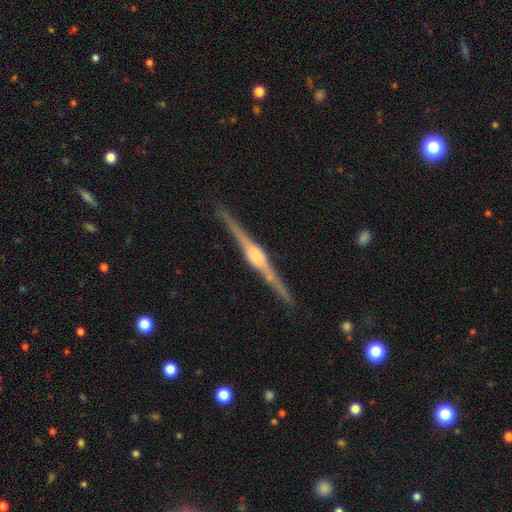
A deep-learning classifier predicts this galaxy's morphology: A featured or disk galaxy (87%) viewed edge-on (99%) with a rounded central bulge (74%).

Vote fractions:
- Smooth or featured? featured or disk: 87% / smooth: 8% / star or artifact: 5%
- Edge-on disk? yes: 99% / no: 1%
- Edge-on bulge? rounded: 74% / boxy: 21% / none: 4%
- Merging? none: 89% / minor disturbance: 9% / major disturbance: 2% / merger: 1%